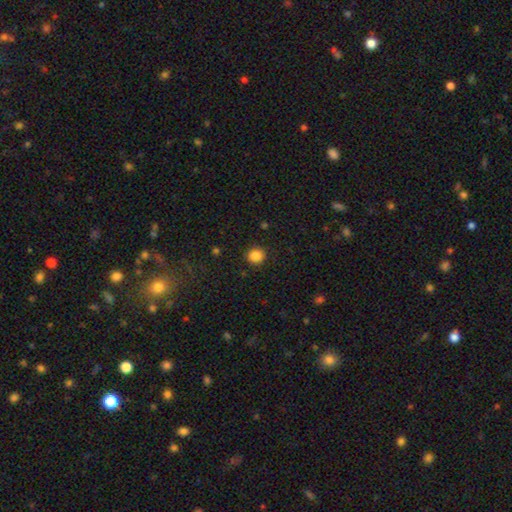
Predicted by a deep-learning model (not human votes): Overall: smooth (86%). How rounded: round (87%). Merging: none (90%).